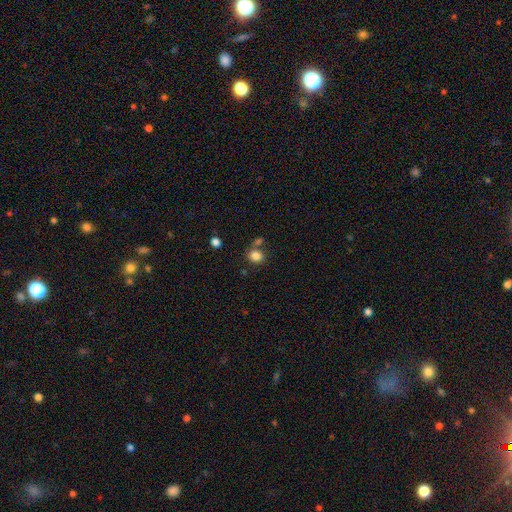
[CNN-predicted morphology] smooth-or-featured: smooth: 83% | star or artifact: 11% | featured or disk: 5%
  how-rounded: round: 68% | in between: 31% | cigar-shaped: 1%
  merging: none: 65% | merger: 19% | minor disturbance: 11% | major disturbance: 4%